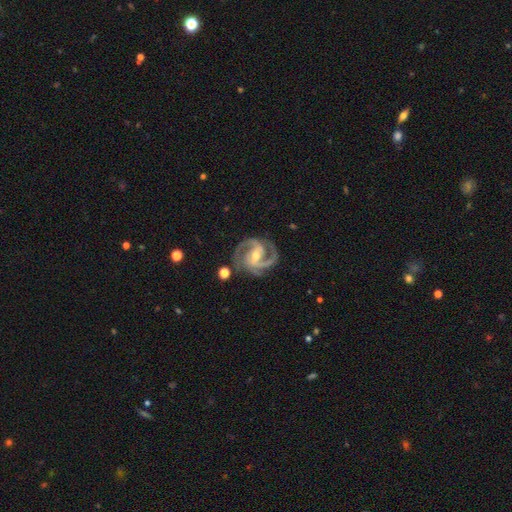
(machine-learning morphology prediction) Smooth or featured: featured or disk — 94% (star or artifact — 4%)
Edge-on disk: no — 98% (yes — 2%)
Bar: weak — 39% (strong — 37%)
Spiral arms: yes — 99% (no — 1%)
Spiral winding: medium — 51% (tight — 43%)
Spiral arm count: 2 — 53% (3 — 36%)
Bulge size: moderate — 49% (small — 48%)
Merging: none — 78% (minor disturbance — 14%)